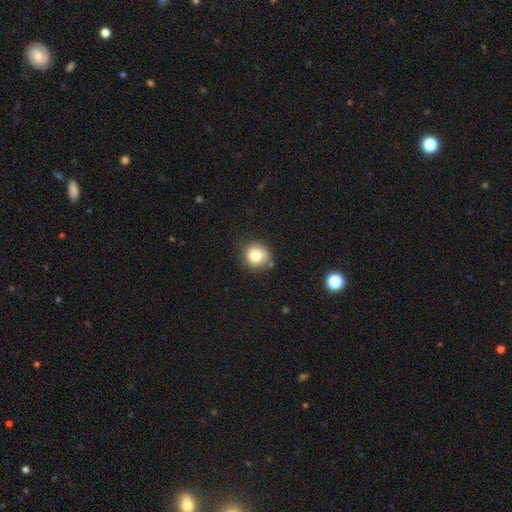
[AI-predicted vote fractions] smooth 82%, star or artifact 10%, featured or disk 8%. Down the decision tree: how rounded — round (86%); merging — none (77%).